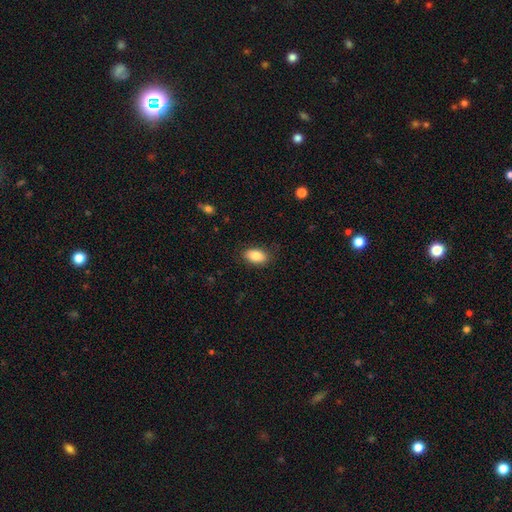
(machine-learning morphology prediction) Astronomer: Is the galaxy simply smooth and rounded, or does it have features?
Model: smooth — 84%.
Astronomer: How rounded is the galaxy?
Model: in between — 91%.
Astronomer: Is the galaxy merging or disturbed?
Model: none — 86%.